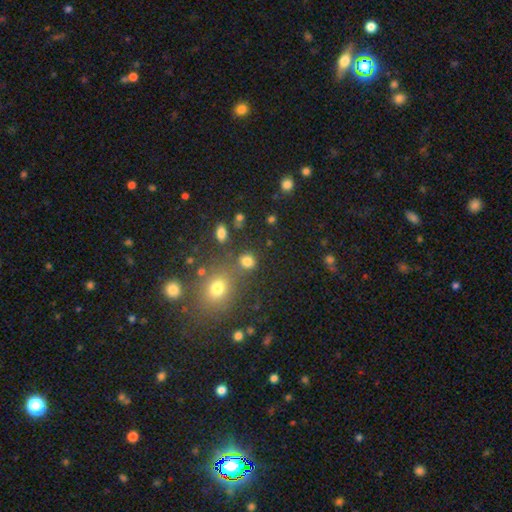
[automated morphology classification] smooth_or_featured: smooth (p=0.54) [alt: star or artifact p=0.36]
how_rounded: round (p=0.75) [alt: in between p=0.23]
merging: none (p=0.76) [alt: merger p=0.11]